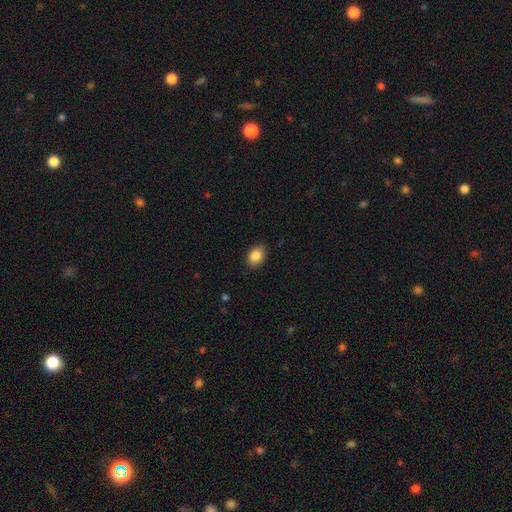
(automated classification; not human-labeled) Smooth or featured: smooth — 86% (star or artifact — 9%)
How rounded: in between — 71% (round — 28%)
Merging: none — 87% (minor disturbance — 10%)